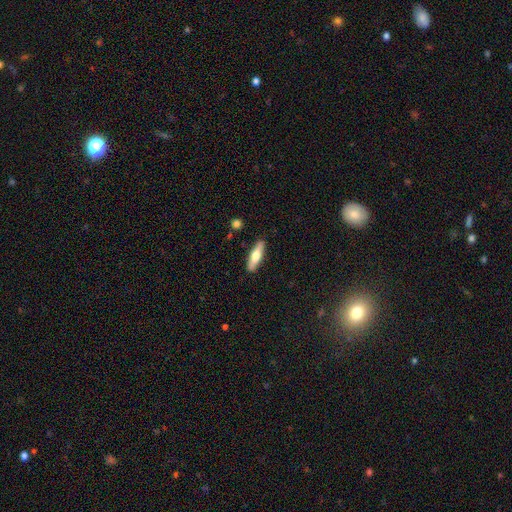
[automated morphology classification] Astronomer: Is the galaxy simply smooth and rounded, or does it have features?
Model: smooth — 61%.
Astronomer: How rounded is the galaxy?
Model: cigar-shaped — 59% (runner-up: in between, 39%).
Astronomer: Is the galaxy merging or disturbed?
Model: none — 88%.